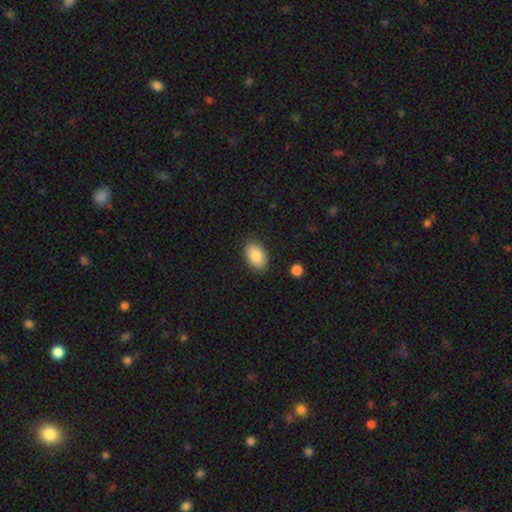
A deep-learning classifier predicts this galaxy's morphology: smooth_or_featured: smooth (p=0.88) [alt: star or artifact p=0.07]
how_rounded: in between (p=0.88) [alt: round p=0.11]
merging: none (p=0.86) [alt: minor disturbance p=0.10]